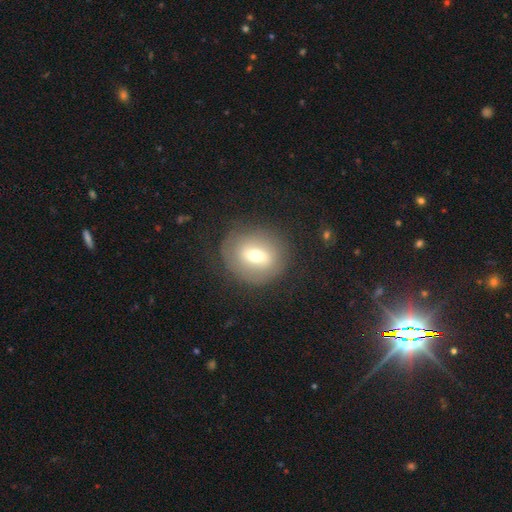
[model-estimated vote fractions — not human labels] A smooth galaxy with no disk features (53%) that is round (64%). Merging: none (78%).